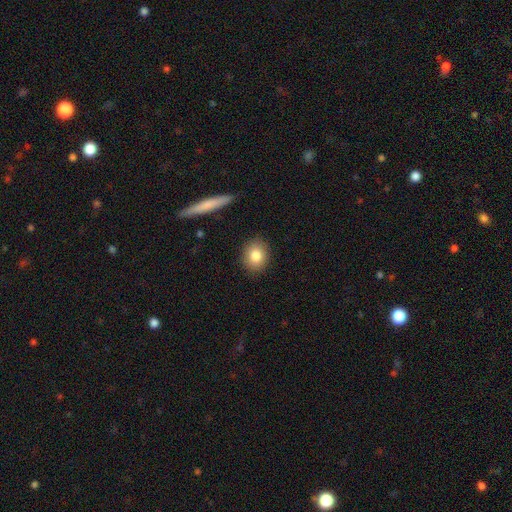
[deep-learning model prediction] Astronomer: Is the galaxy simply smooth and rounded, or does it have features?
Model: smooth — 82%.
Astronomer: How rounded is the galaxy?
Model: round — 61% (runner-up: in between, 38%).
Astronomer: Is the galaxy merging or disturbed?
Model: none — 89%.